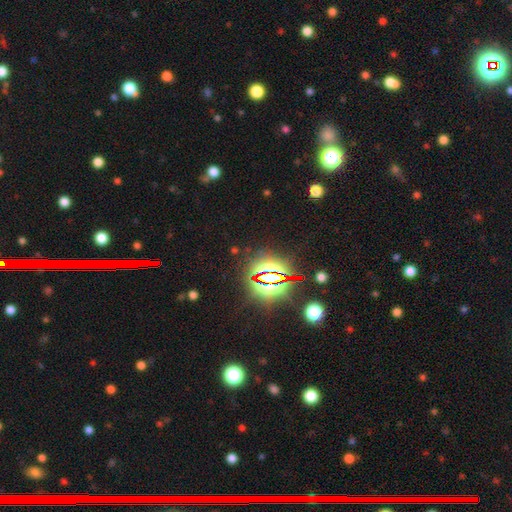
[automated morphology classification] Smooth or featured? star or artifact (78%)